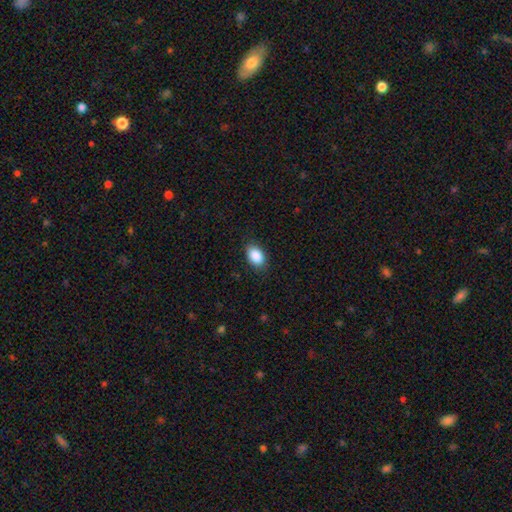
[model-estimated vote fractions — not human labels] Smooth or featured? Predicted: smooth (p=0.89). How rounded? Predicted: in between (p=0.88). Merging? Predicted: none (p=0.85).